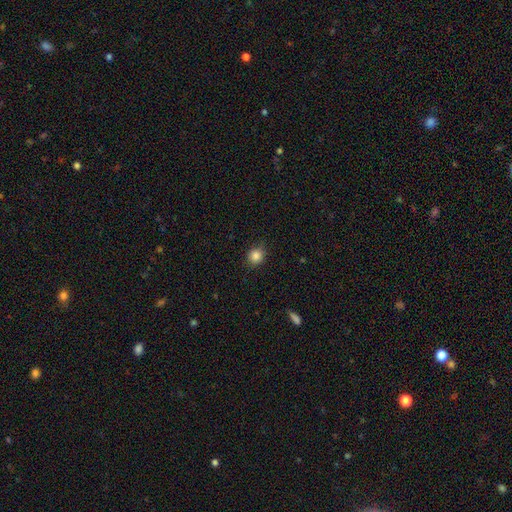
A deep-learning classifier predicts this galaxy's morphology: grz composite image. It shows a smooth galaxy with no disk features (85%) that is round (82%). Merging: none (84%).